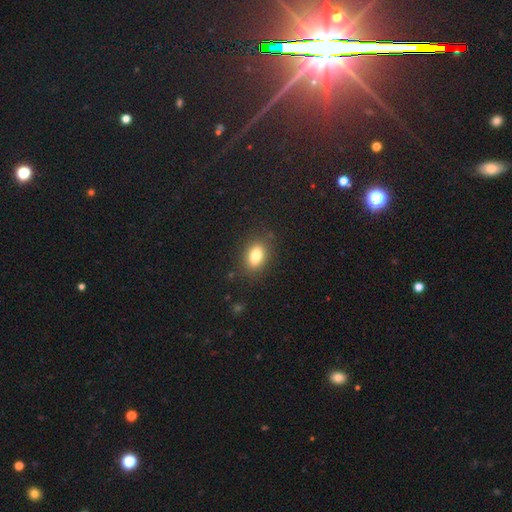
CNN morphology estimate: type=smooth (80%); roundness=in between (77%); merging=none (85%).